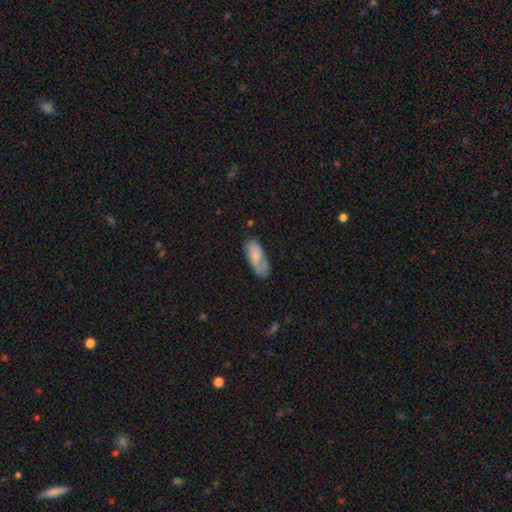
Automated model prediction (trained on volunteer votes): smooth_or_featured: smooth (p=0.72) [alt: featured or disk p=0.21]
how_rounded: in between (p=0.80) [alt: cigar-shaped p=0.18]
merging: none (p=0.52) [alt: minor disturbance p=0.31]